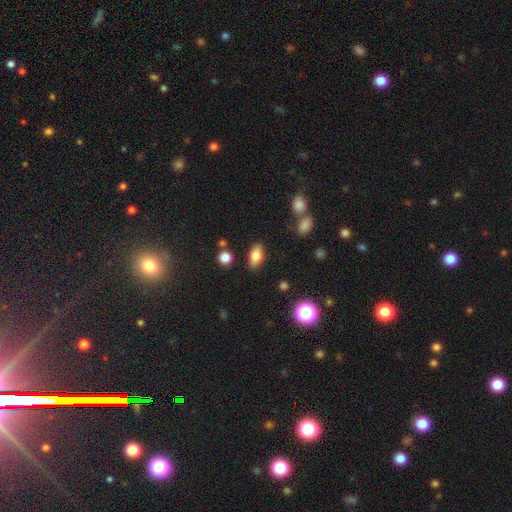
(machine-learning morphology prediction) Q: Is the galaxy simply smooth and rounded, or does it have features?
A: smooth — 80%.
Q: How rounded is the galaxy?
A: in between — 88%.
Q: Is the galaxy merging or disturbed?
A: none — 83%.